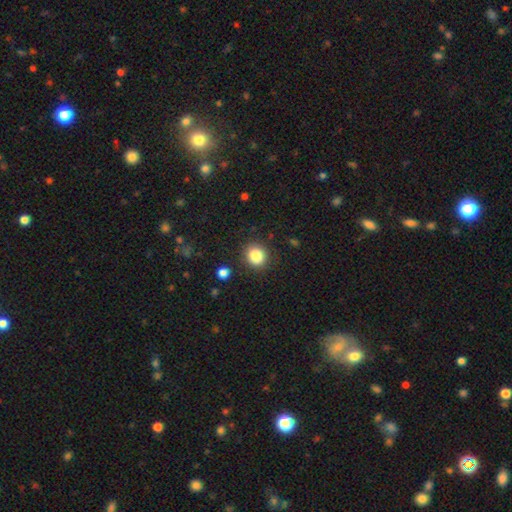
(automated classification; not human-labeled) Q: Smooth or featured?
A: smooth (86%); runner-up: star or artifact (10%)
Q: How rounded?
A: round (82%); runner-up: in between (17%)
Q: Merging?
A: none (87%); runner-up: minor disturbance (8%)